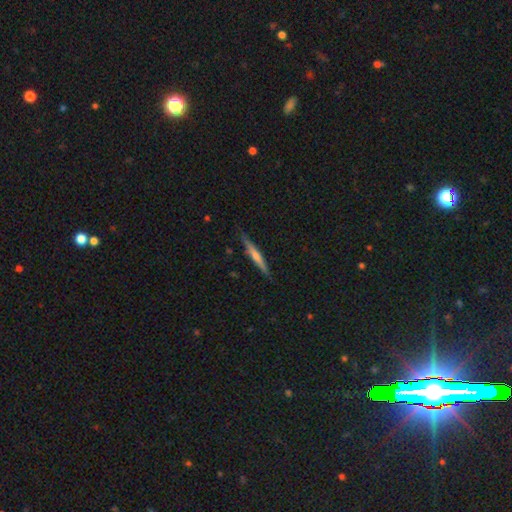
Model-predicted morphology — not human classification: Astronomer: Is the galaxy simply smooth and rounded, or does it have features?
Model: featured or disk — 62%.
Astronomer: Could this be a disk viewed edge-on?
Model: yes — 97%.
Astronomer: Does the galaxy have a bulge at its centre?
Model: rounded — 66%.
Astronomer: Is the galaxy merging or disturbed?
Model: none — 88%.